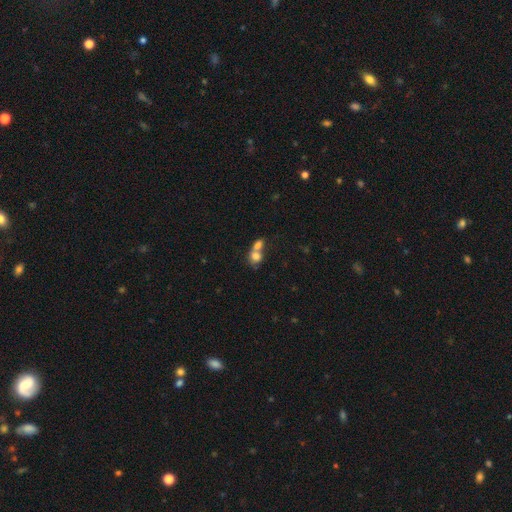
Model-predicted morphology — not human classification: type=smooth (76%); roundness=round (57%); merging=merger (71%).